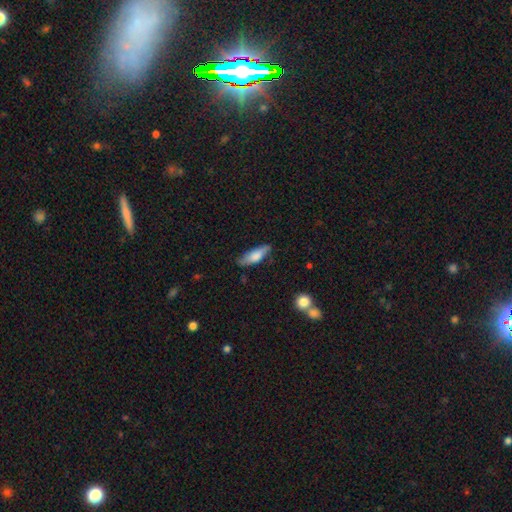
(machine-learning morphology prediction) Overall: smooth (72%). How rounded: in between (55%; cigar-shaped 43%). Merging: none (72%).